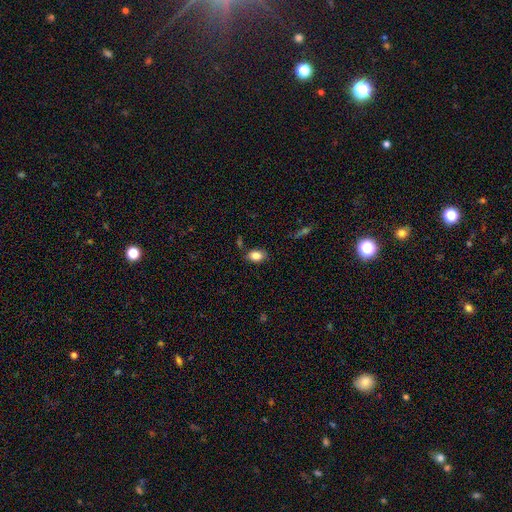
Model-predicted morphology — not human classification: Smooth or featured: smooth — 84% (star or artifact — 9%)
How rounded: in between — 80% (round — 18%)
Merging: none — 80% (minor disturbance — 14%)